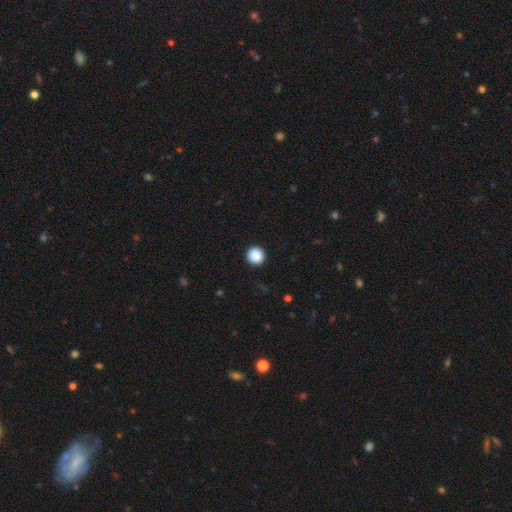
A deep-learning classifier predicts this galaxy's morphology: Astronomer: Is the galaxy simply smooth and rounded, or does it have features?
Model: smooth — 88%.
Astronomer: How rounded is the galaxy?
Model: round — 95%.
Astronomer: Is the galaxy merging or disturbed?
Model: none — 93%.